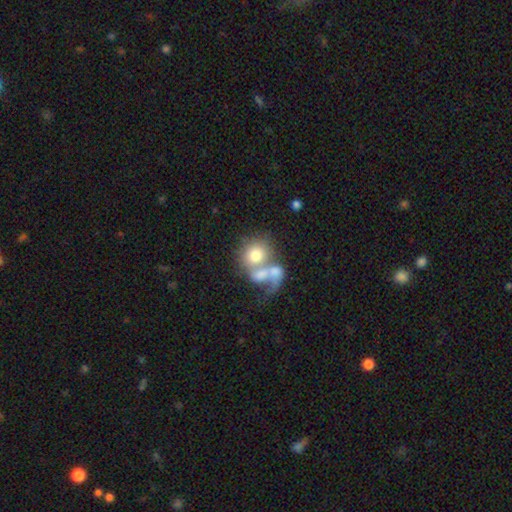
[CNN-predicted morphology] Q: Smooth or featured?
A: smooth (64%); runner-up: featured or disk (27%)
Q: How rounded?
A: round (64%); runner-up: in between (34%)
Q: Merging?
A: merger (65%); runner-up: none (17%)